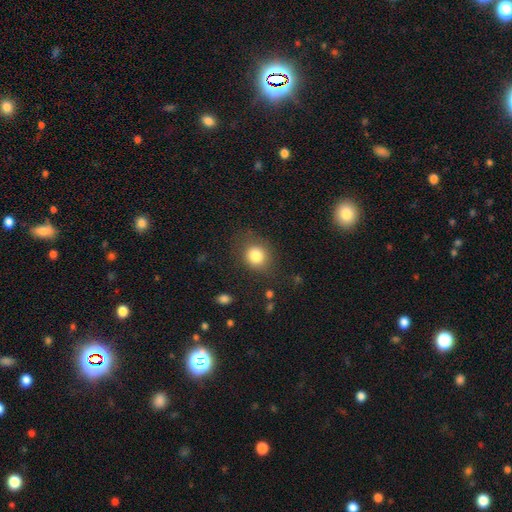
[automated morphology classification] smooth-or-featured: smooth: 83% | star or artifact: 10% | featured or disk: 7%
  how-rounded: round: 74% | in between: 25% | cigar-shaped: 1%
  merging: none: 76% | minor disturbance: 15% | major disturbance: 7% | merger: 2%